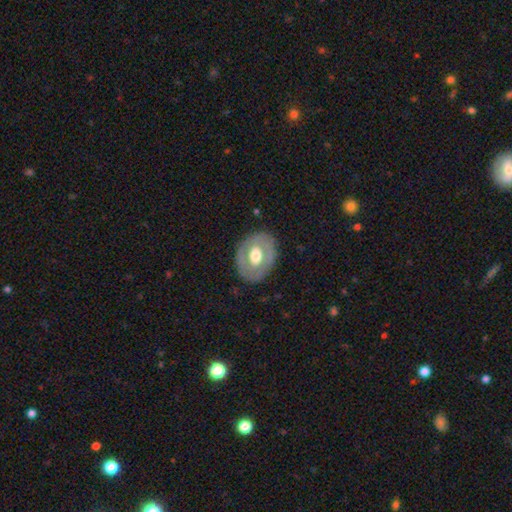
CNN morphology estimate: type=featured or disk (55%); edge-on=no (93%); bar=no (66%); spiral arms=no (82%); bulge=moderate (55%); merging=none (80%).